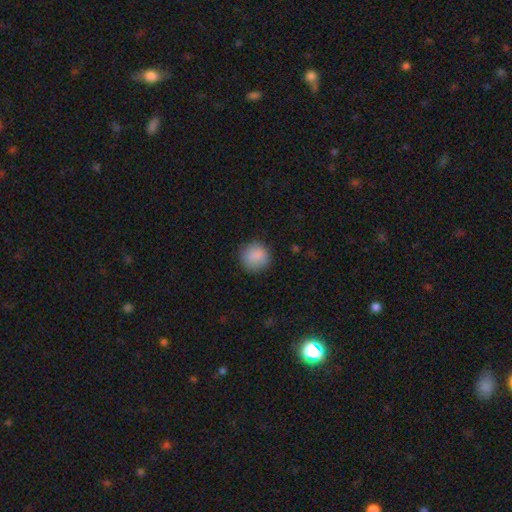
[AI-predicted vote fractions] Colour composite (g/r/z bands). It shows a smooth galaxy with no disk features (88%) that is round (93%). Merging: none (87%).